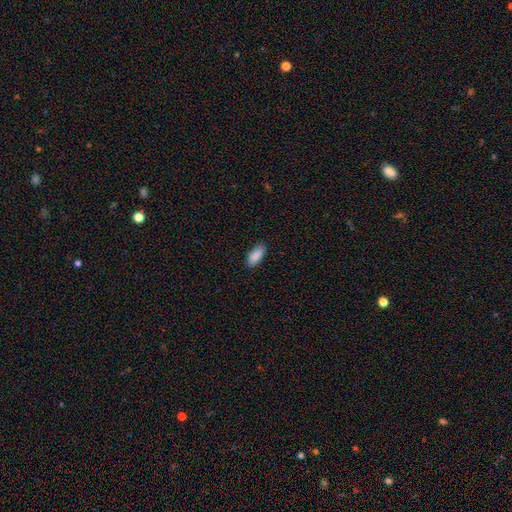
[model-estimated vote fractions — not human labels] Smooth or featured?
  - smooth: 90% *
  - star or artifact: 6%
  - featured or disk: 4%
How rounded?
  - in between: 86% *
  - cigar-shaped: 13%
  - round: 2%
Merging?
  - none: 86% *
  - minor disturbance: 11%
  - major disturbance: 2%
  - merger: 1%